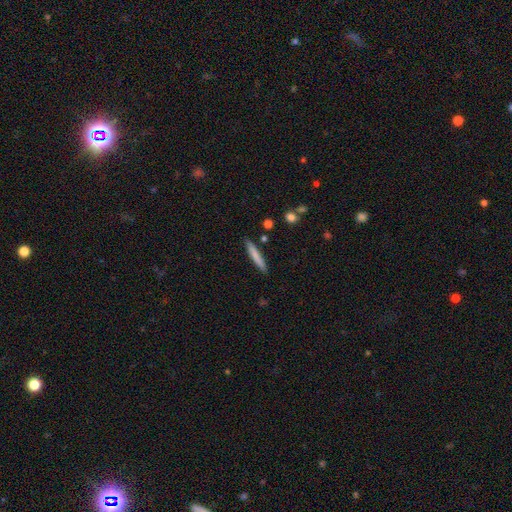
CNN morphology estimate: smooth_or_featured: smooth (p=0.75) [alt: featured or disk p=0.19]
how_rounded: cigar-shaped (p=0.94) [alt: in between p=0.05]
merging: none (p=0.88) [alt: minor disturbance p=0.08]